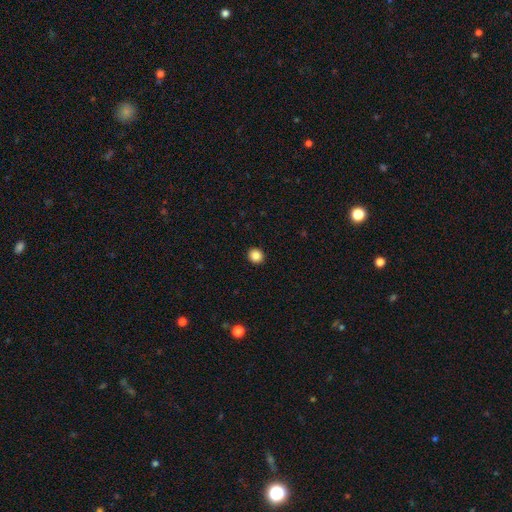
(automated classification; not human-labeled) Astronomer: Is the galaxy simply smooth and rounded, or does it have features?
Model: smooth — 86%.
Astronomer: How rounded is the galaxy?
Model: round — 89%.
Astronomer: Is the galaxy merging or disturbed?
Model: none — 93%.